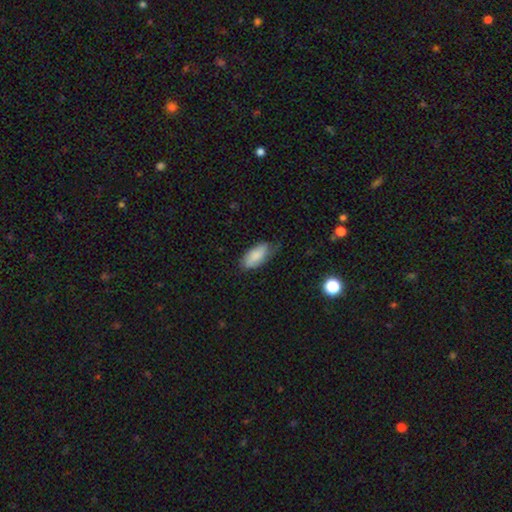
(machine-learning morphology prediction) Q: Smooth or featured?
A: smooth (82%); runner-up: featured or disk (11%)
Q: How rounded?
A: in between (90%); runner-up: cigar-shaped (8%)
Q: Merging?
A: none (56%); runner-up: minor disturbance (34%)